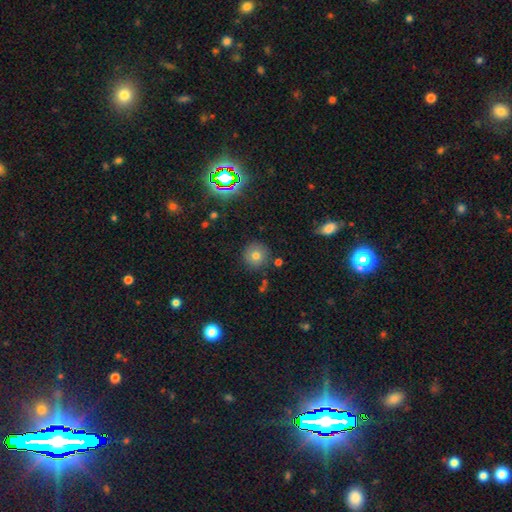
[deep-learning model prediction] The model was most divided on "smooth or featured": smooth: 72%, star or artifact: 16%, featured or disk: 12%. More confident: how rounded — round (94%); merging — none (85%).